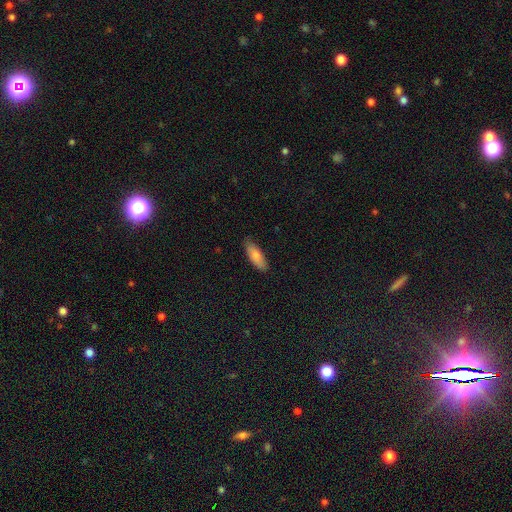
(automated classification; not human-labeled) This appears to be a smooth galaxy with no disk features (83%) that is in between round and cigar-shaped (63%). Merging: none (84%).